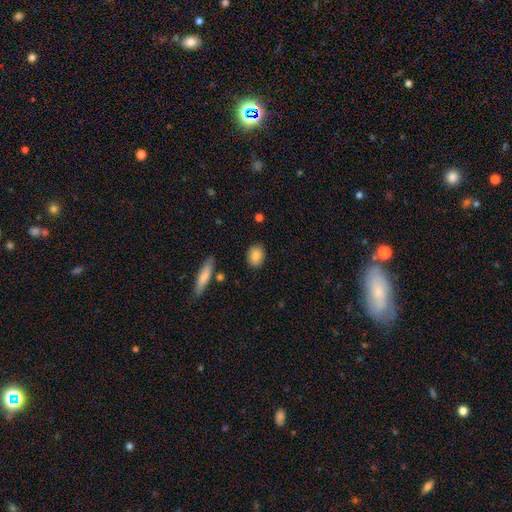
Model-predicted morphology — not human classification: Smooth or featured? Predicted: smooth (p=0.86). How rounded? Predicted: in between (p=0.65). Merging? Predicted: none (p=0.86).